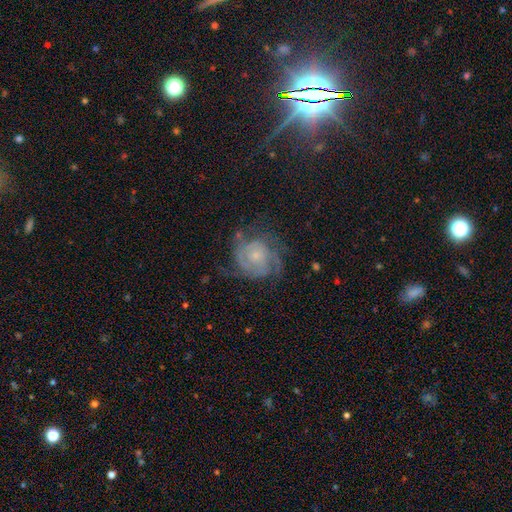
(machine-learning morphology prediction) smooth_or_featured: featured or disk (p=0.80) [alt: smooth p=0.12]
disk_edge_on: no (p=0.98) [alt: yes p=0.02]
bar: no (p=0.76) [alt: weak p=0.21]
has_spiral_arms: yes (p=0.94) [alt: no p=0.06]
spiral_winding: tight (p=0.56) [alt: medium p=0.34]
spiral_arm_count: 2 (p=0.33) [alt: can't tell p=0.26]
bulge_size: small (p=0.61) [alt: moderate p=0.29]
merging: none (p=0.63) [alt: minor disturbance p=0.21]